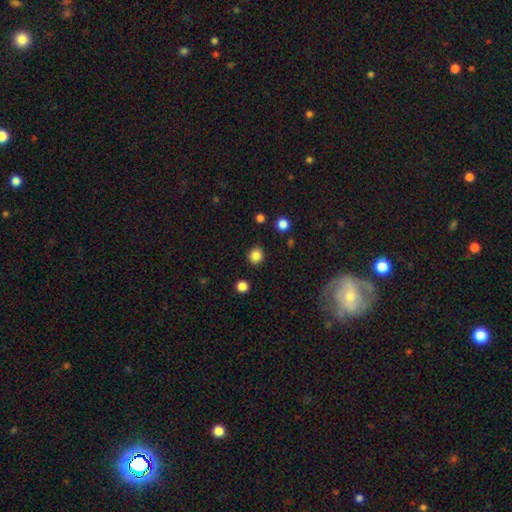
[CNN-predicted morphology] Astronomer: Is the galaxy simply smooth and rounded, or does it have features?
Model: smooth — 85%.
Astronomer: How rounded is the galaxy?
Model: round — 92%.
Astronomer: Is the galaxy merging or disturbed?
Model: none — 91%.